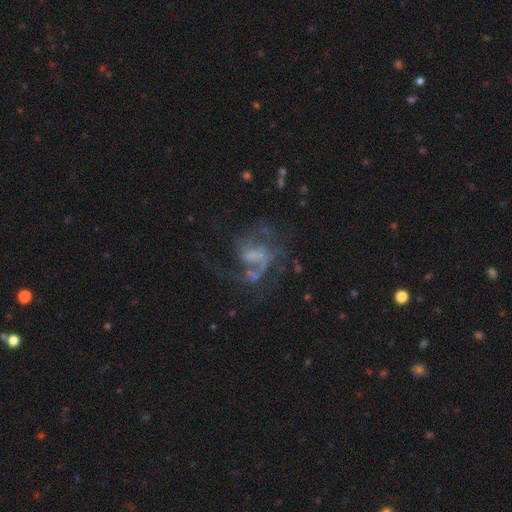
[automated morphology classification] This is likely a featured or disk galaxy (76%). It is clearly not viewed edge-on (98%). Bar: possibly weak (46%). Spiral arm pattern: likely yes (79%). Spiral arm count: marginally 2 (31%). Spiral winding: possibly loose (46%). Central bulge: marginally none (35%). Merging: marginally major disturbance (41%).